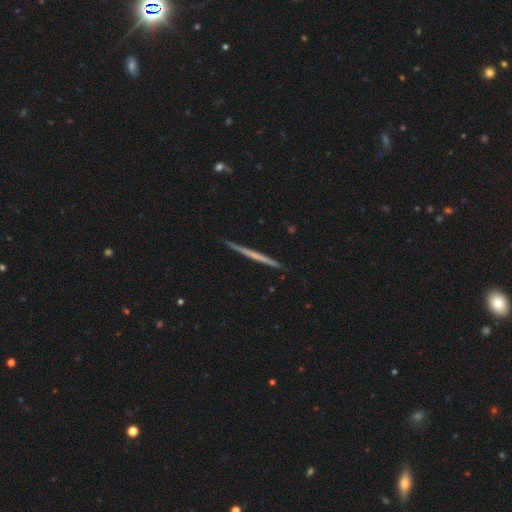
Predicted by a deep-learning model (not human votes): Smooth or featured? featured or disk (58%)
Edge-on disk? yes (98%)
Edge-on bulge? none (89%)
Merging? none (92%)